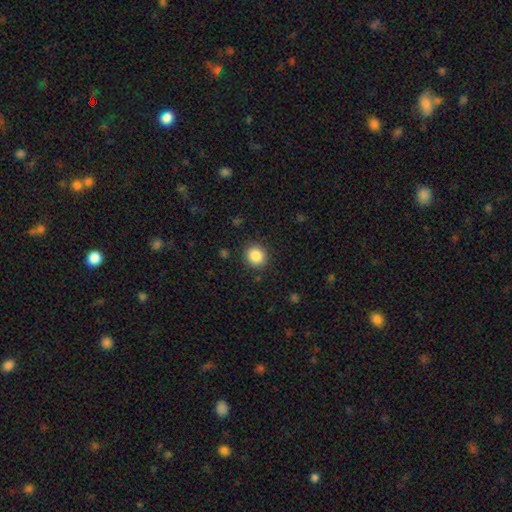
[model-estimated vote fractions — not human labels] smooth_or_featured: smooth (p=0.87) [alt: star or artifact p=0.09]
how_rounded: round (p=0.85) [alt: in between p=0.14]
merging: none (p=0.89) [alt: minor disturbance p=0.07]